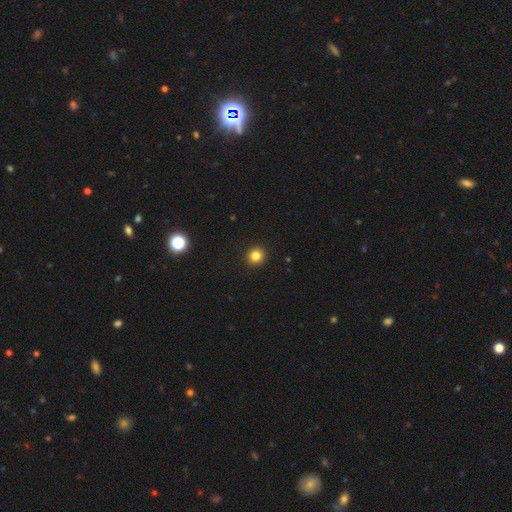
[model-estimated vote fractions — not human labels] smooth-or-featured: smooth: 82% | star or artifact: 13% | featured or disk: 5%
  how-rounded: round: 94% | in between: 5% | cigar-shaped: 1%
  merging: none: 93% | minor disturbance: 4% | major disturbance: 2% | merger: 1%